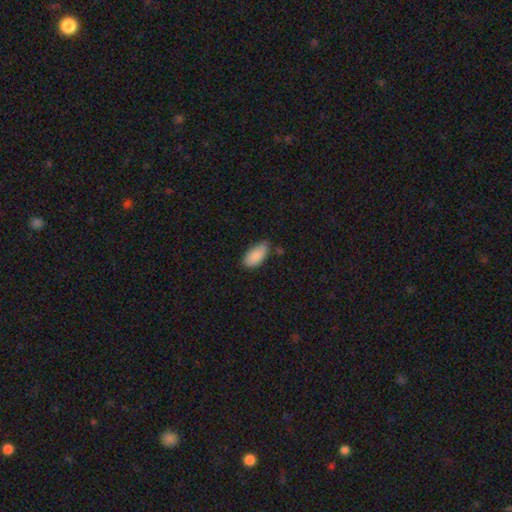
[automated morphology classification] smooth_or_featured: smooth (p=0.89) [alt: star or artifact p=0.07]
how_rounded: in between (p=0.91) [alt: cigar-shaped p=0.07]
merging: none (p=0.62) [alt: minor disturbance p=0.31]